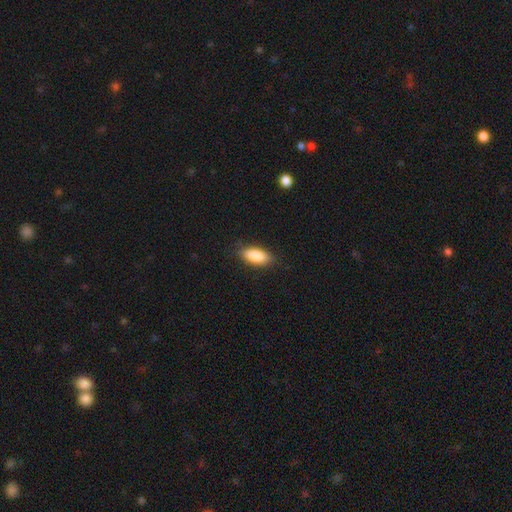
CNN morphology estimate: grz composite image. It shows a smooth galaxy with no disk features (88%) that is in between round and cigar-shaped (86%). Merging: none (85%).